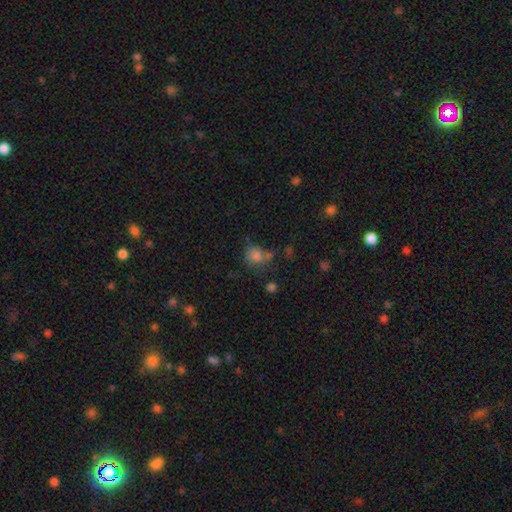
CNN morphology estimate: type=smooth (76%); roundness=round (72%); merging=none (49%).